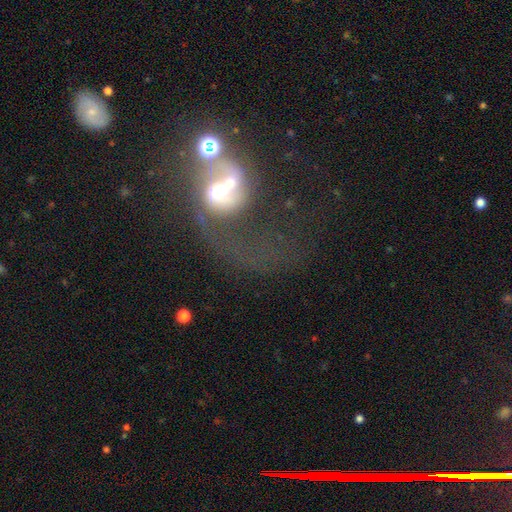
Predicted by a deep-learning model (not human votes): A featured or disk galaxy (64%) with no bar (64%), spiral arms (71%) and a moderate central bulge (53%). Merging: merger (57%).